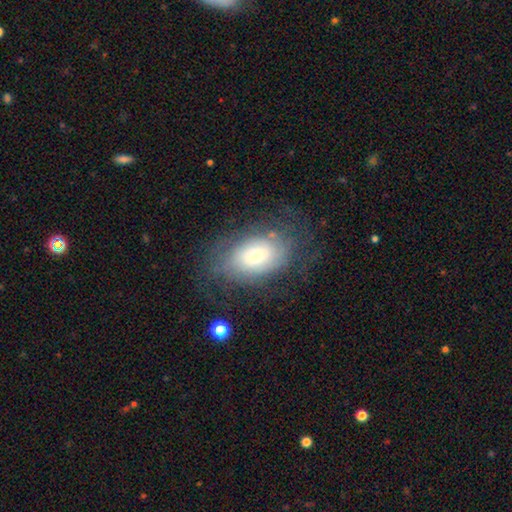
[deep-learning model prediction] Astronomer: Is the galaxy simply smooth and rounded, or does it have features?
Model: featured or disk — 47% (runner-up: smooth, 43%).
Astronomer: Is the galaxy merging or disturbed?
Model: none — 63%.